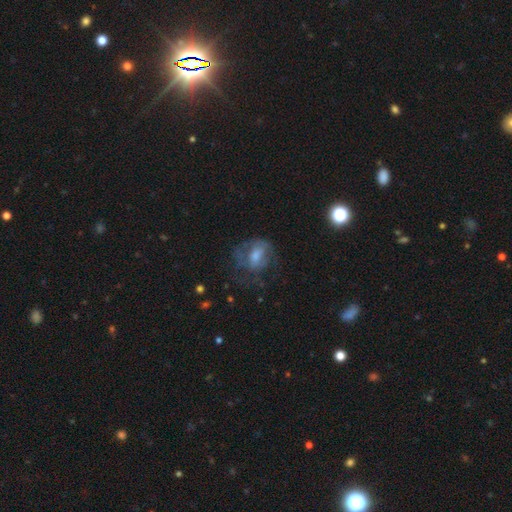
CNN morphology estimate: A featured or disk galaxy (46%).

Vote fractions:
- Smooth or featured? featured or disk: 46% / smooth: 43% / star or artifact: 12%
- Merging? none: 43% / major disturbance: 32% / minor disturbance: 23% / merger: 2%